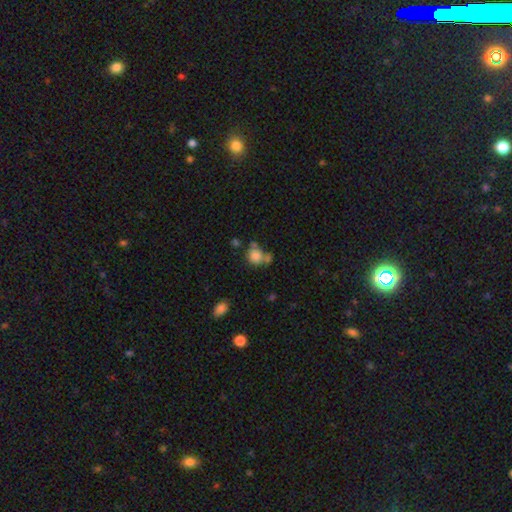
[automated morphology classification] This appears to be a smooth galaxy with no disk features (81%) that is round (77%). Merging: none (46%).